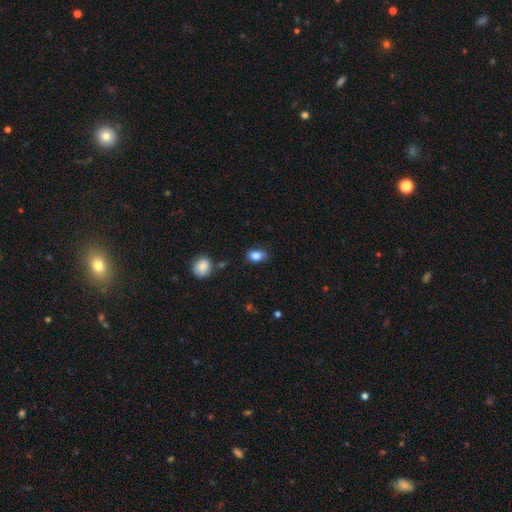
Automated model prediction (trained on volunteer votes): Smooth or featured?
  - smooth: 85% *
  - star or artifact: 9%
  - featured or disk: 6%
How rounded?
  - in between: 81% *
  - round: 17%
  - cigar-shaped: 2%
Merging?
  - none: 67% *
  - minor disturbance: 25%
  - major disturbance: 5%
  - merger: 3%